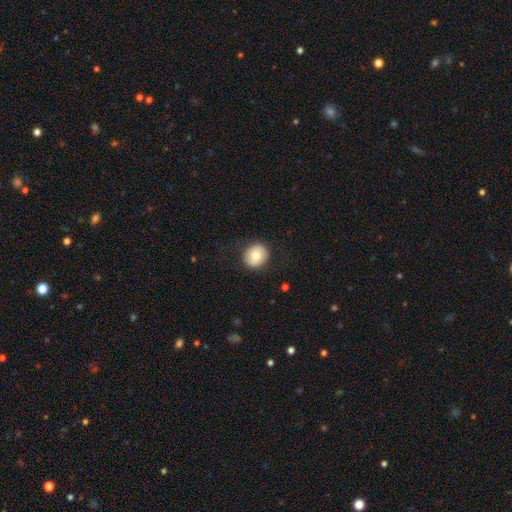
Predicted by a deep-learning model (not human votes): Smooth or featured? Predicted: smooth (p=0.70). How rounded? Predicted: round (p=0.82). Merging? Predicted: none (p=0.86).